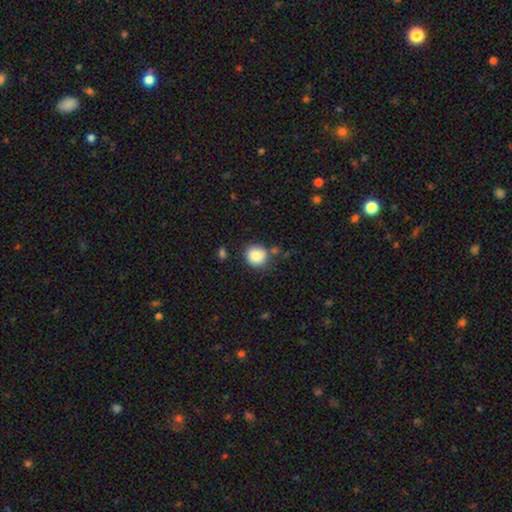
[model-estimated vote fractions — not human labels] Smooth or featured? Predicted: smooth (p=0.85). How rounded? Predicted: round (p=0.88). Merging? Predicted: none (p=0.77).